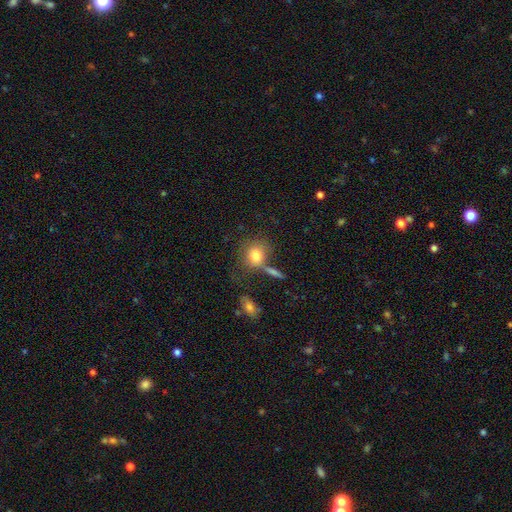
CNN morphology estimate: smooth 77%, featured or disk 13%, star or artifact 10%. Down the decision tree: how rounded — round (69%); merging — none (57%).